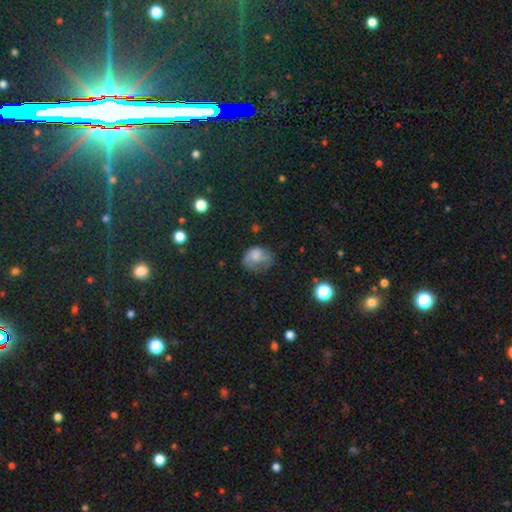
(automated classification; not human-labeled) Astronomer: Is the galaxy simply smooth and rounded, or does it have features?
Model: smooth — 59%.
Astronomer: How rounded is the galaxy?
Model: round — 53% (runner-up: in between, 46%).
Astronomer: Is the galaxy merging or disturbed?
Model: none — 36% (runner-up: major disturbance, 31%).